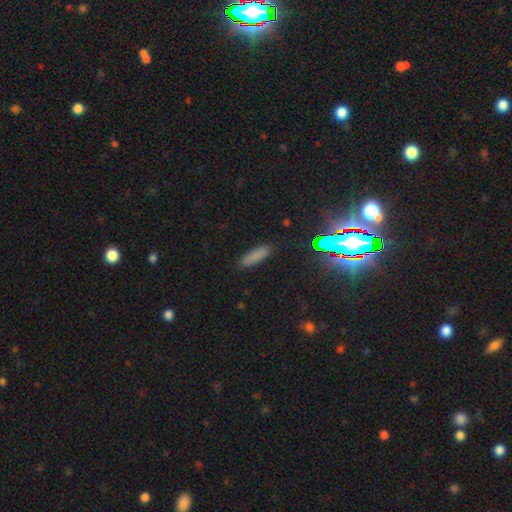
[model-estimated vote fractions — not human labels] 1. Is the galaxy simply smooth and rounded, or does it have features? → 76% smooth, 17% star or artifact, 7% featured or disk.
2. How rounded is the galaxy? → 66% cigar-shaped, 32% in between, 2% round.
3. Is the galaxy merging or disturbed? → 88% none, 9% minor disturbance, 2% major disturbance, 1% merger.